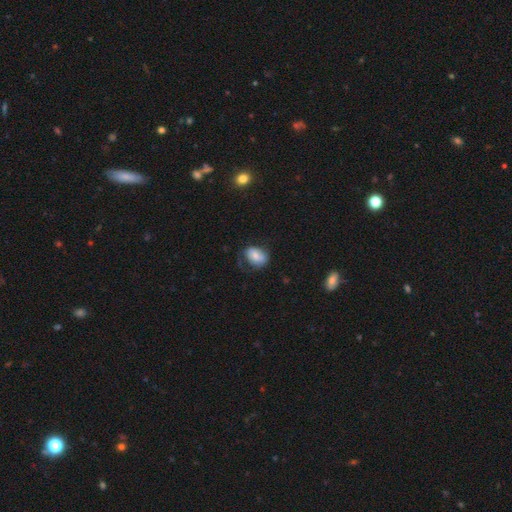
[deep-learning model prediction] smooth 64%, featured or disk 28%, star or artifact 8%. Down the decision tree: how rounded — in between (72%); merging — none (50%).